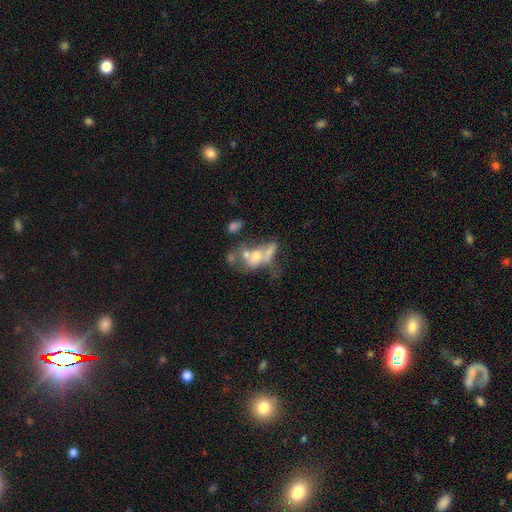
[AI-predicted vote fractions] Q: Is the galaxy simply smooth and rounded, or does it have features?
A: featured or disk — 52%.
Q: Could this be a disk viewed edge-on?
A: no — 93%.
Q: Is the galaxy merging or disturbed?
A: merger — 49%.